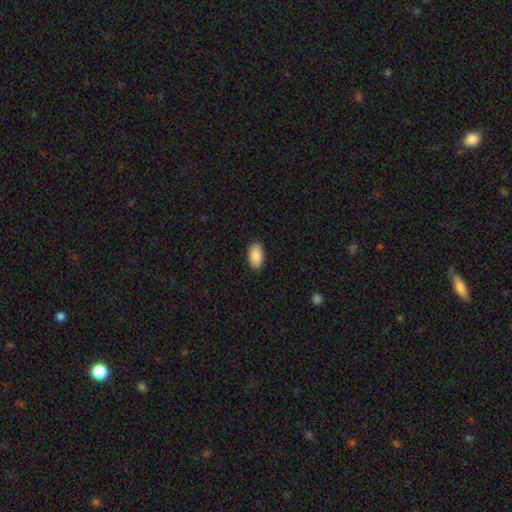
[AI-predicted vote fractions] Morphology: type=smooth (90%); roundness=in between (95%); merging=none (89%).